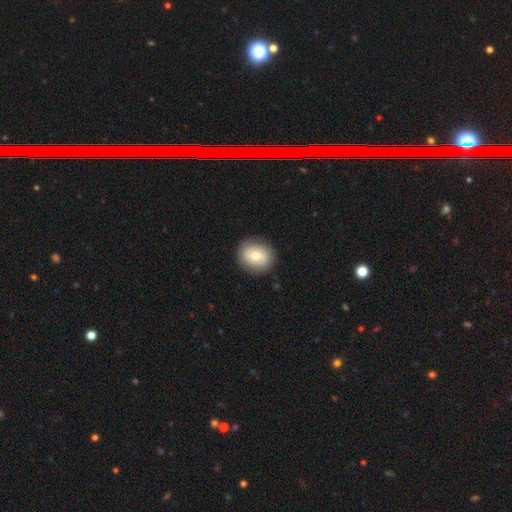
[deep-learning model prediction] Q: Smooth or featured?
A: smooth (71%); runner-up: featured or disk (21%)
Q: How rounded?
A: round (71%); runner-up: in between (28%)
Q: Merging?
A: none (87%); runner-up: minor disturbance (9%)